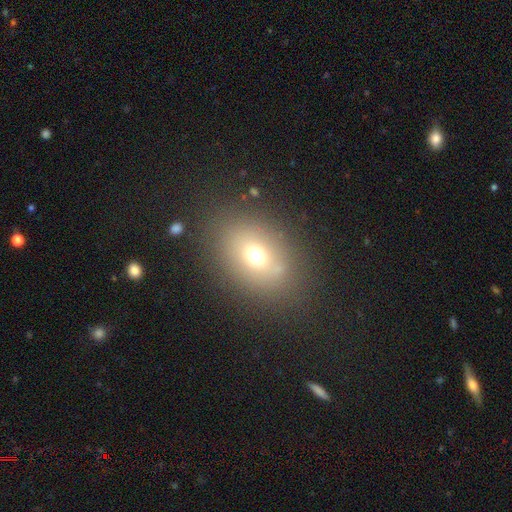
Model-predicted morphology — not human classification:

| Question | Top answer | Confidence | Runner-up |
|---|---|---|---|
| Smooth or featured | smooth | 66% | featured or disk (17%) |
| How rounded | in between | 66% | round (32%) |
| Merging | none | 81% | minor disturbance (11%) |